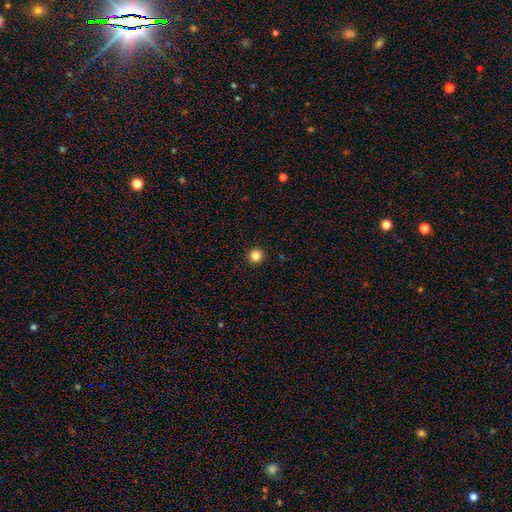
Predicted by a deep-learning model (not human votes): Morphology: type=smooth (84%); roundness=round (96%); merging=none (94%).